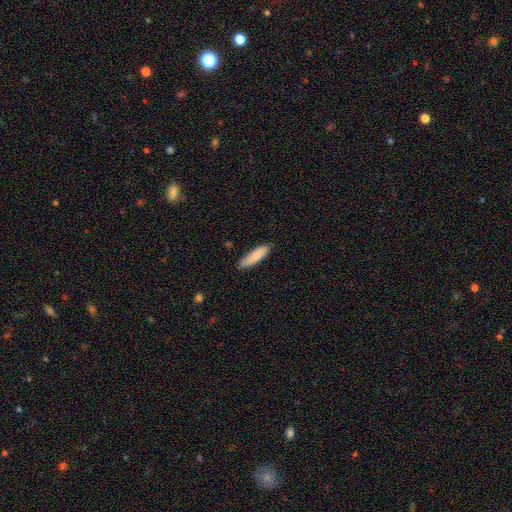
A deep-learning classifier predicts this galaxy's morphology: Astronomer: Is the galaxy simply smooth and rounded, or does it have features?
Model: smooth — 87%.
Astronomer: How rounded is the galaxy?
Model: cigar-shaped — 64%.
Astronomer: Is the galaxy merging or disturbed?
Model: none — 85%.